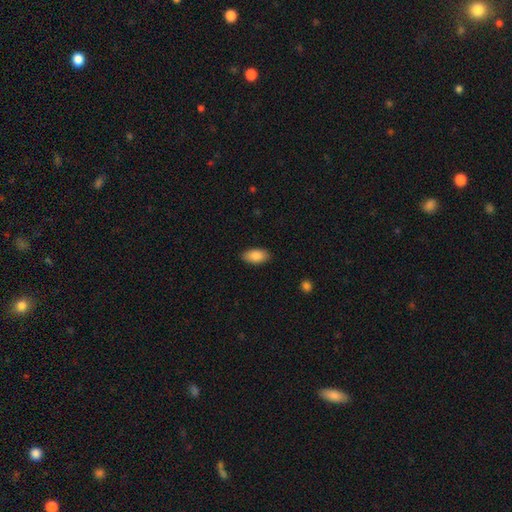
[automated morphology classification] The model was most divided on "merging": none: 87%, minor disturbance: 10%, major disturbance: 2%, merger: 1%. More confident: how rounded — in between (94%); smooth or featured — smooth (87%).